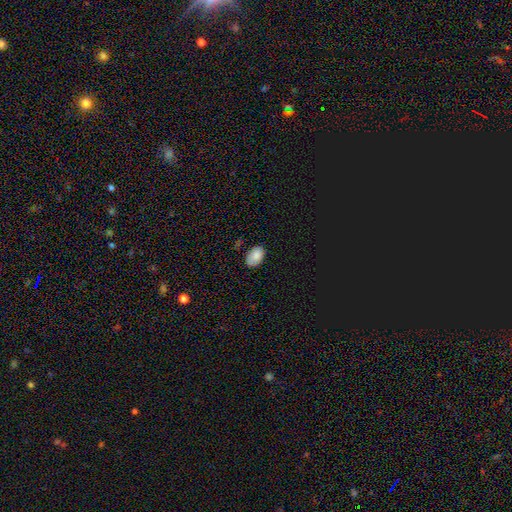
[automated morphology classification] smooth-or-featured: smooth: 85% | star or artifact: 8% | featured or disk: 7%
  how-rounded: in between: 89% | round: 9% | cigar-shaped: 1%
  merging: none: 77% | minor disturbance: 19% | major disturbance: 3% | merger: 2%